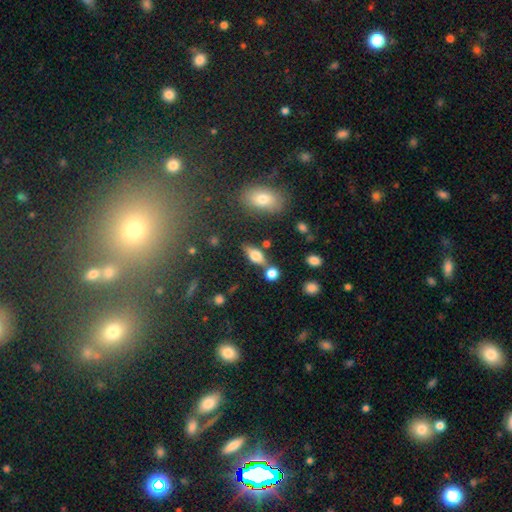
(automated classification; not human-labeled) Smooth or featured? Predicted: smooth (p=0.54). How rounded? Predicted: in between (p=0.66). Merging? Predicted: none (p=0.63).